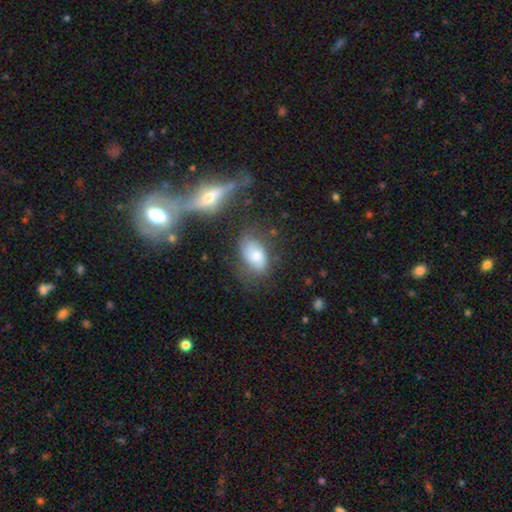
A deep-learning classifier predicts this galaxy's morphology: smooth-or-featured: smooth: 58% | featured or disk: 32% | star or artifact: 10%
  how-rounded: in between: 89% | round: 8% | cigar-shaped: 2%
  merging: none: 56% | minor disturbance: 24% | major disturbance: 12% | merger: 8%